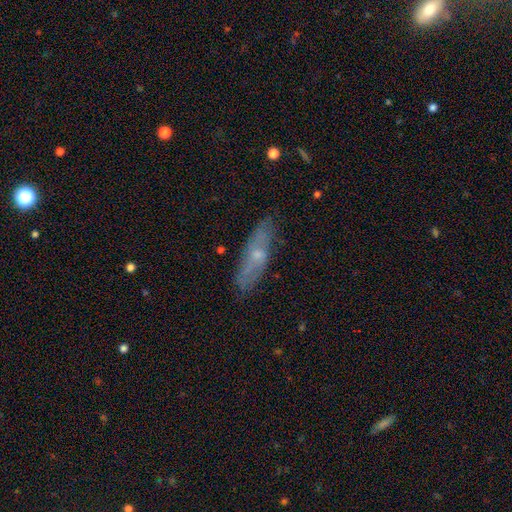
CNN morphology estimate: The model was most divided on "smooth or featured": featured or disk: 52%, smooth: 40%, star or artifact: 8%. More confident: merging — none (79%); edge-on disk — no (56%).